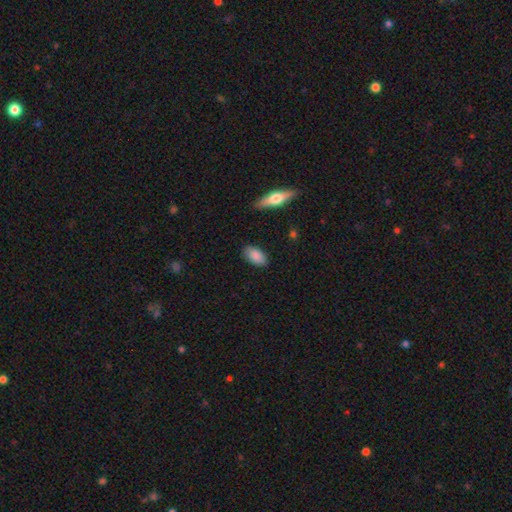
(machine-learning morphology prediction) This is clearly a smooth galaxy (87%). How rounded: clearly in between (92%). Merging: clearly none (85%).